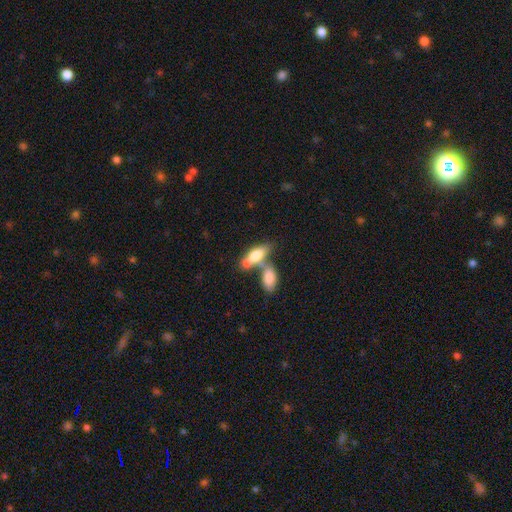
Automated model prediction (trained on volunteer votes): Smooth or featured? smooth (69%)
How rounded? in between (77%)
Merging? merger (58%)